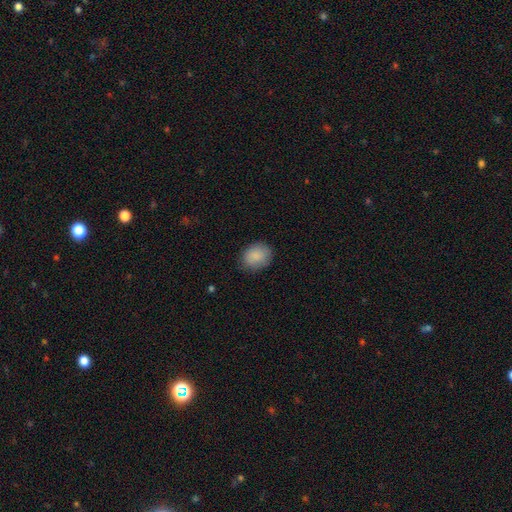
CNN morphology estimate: Smooth or featured? Predicted: smooth (p=0.88). How rounded? Predicted: round (p=0.53). Merging? Predicted: none (p=0.82).